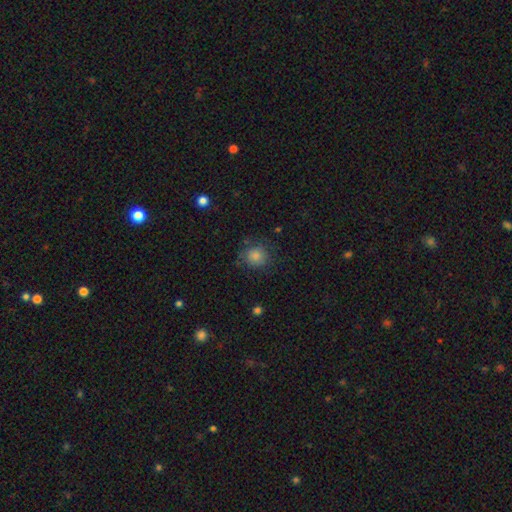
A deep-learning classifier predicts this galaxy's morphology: smooth_or_featured: smooth (p=0.76) [alt: featured or disk p=0.13]
how_rounded: round (p=0.89) [alt: in between p=0.10]
merging: none (p=0.73) [alt: minor disturbance p=0.18]